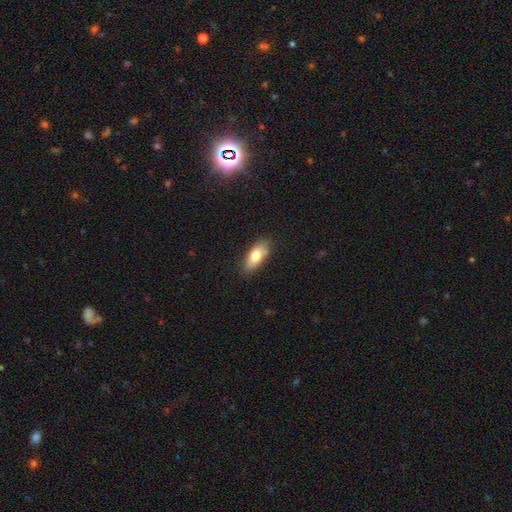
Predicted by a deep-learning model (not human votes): Smooth or featured? smooth (75%)
How rounded? in between (82%)
Merging? none (77%)